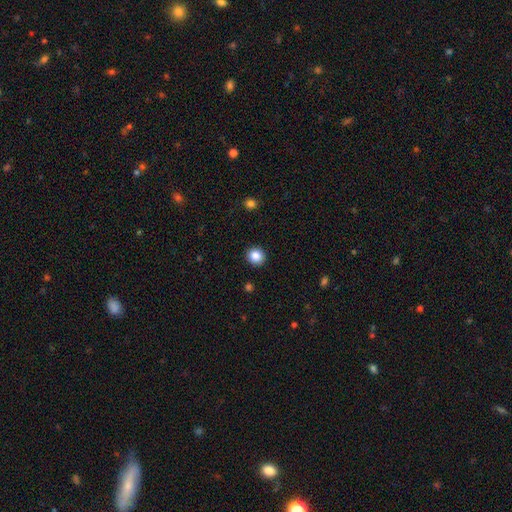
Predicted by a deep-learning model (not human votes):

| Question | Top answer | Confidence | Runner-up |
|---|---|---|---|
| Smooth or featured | smooth | 86% | star or artifact (10%) |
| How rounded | round | 89% | in between (10%) |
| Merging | none | 92% | minor disturbance (5%) |